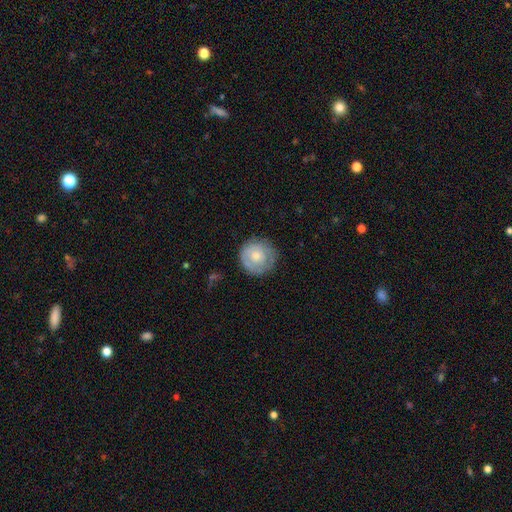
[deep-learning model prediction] Overall: smooth (57%; featured or disk 36%). How rounded: round (93%). Merging: none (78%).